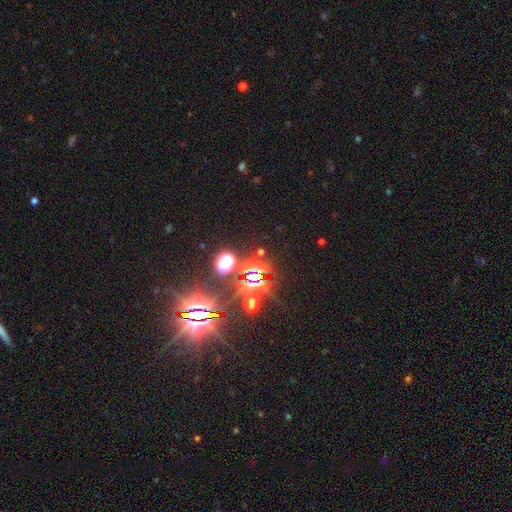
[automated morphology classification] Overall: star or artifact (85%).